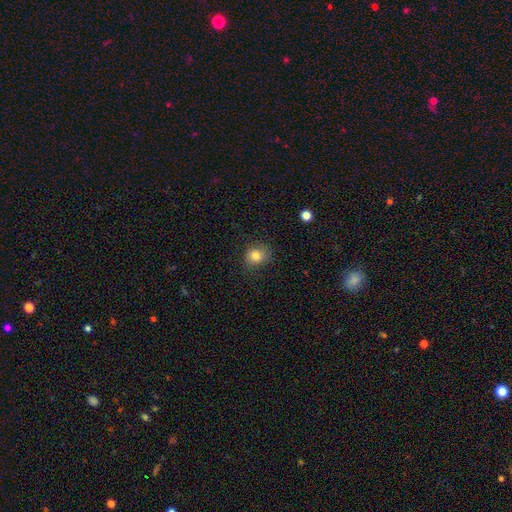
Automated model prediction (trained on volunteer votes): Overall: smooth (82%). How rounded: round (74%). Merging: none (80%).